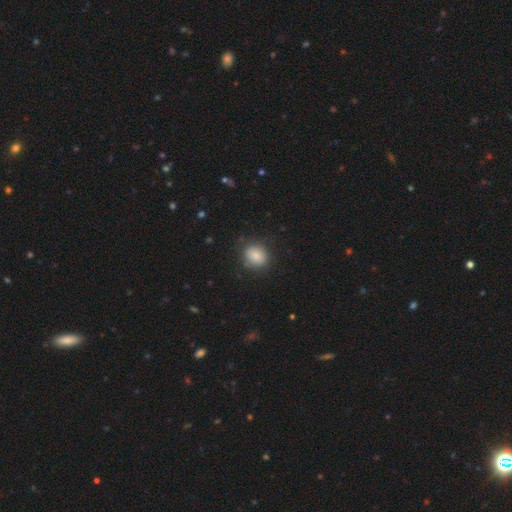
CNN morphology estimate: A smooth galaxy with no disk features (83%) that is round (63%). Merging: none (80%).